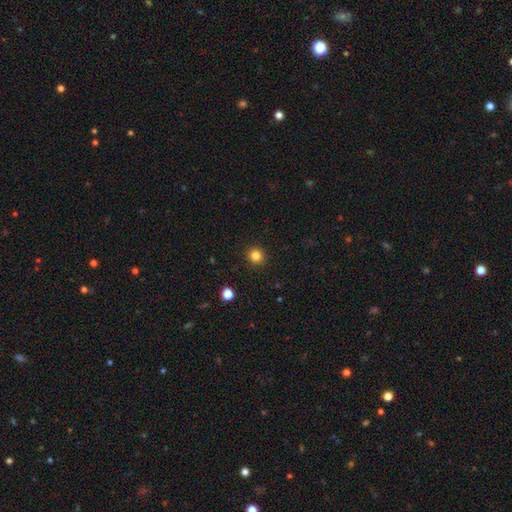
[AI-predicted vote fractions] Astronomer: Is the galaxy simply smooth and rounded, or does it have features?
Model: smooth — 83%.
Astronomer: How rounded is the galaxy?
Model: round — 94%.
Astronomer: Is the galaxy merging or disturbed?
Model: none — 93%.